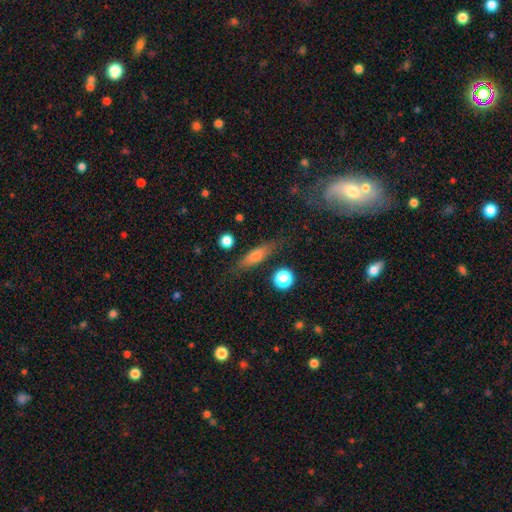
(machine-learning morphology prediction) Overall: smooth (56%; featured or disk 34%). How rounded: cigar-shaped (65%; in between 29%). Merging: none (80%).